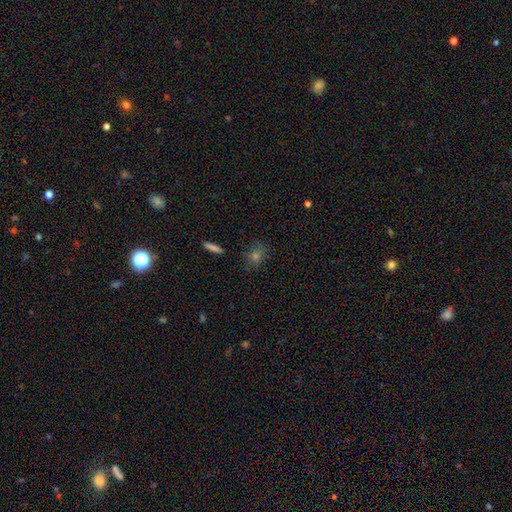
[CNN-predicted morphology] Smooth or featured: smooth — 57% (star or artifact — 25%)
How rounded: round — 61% (in between — 36%)
Merging: none — 80% (minor disturbance — 14%)